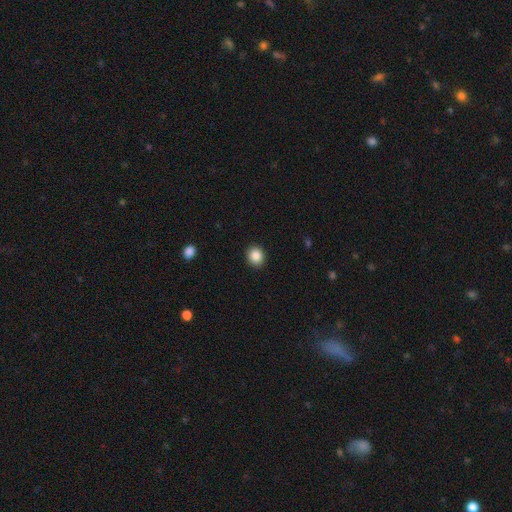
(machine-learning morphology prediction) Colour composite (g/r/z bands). It shows a smooth galaxy with no disk features (87%) that is round (75%). Merging: none (92%).